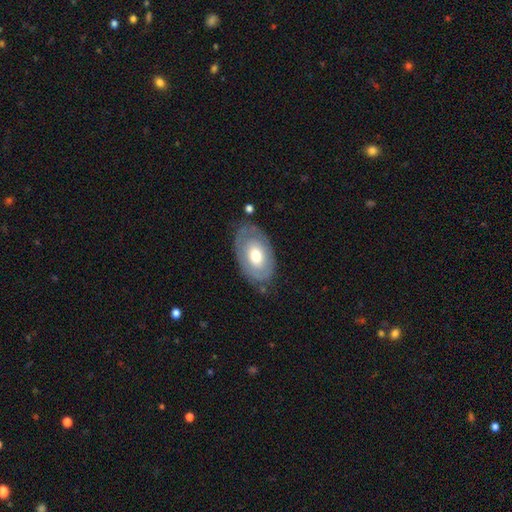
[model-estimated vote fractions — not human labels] Smooth or featured?
  - smooth: 52% *
  - featured or disk: 42%
  - star or artifact: 6%
How rounded?
  - in between: 89% *
  - round: 10%
  - cigar-shaped: 1%
Merging?
  - none: 72% *
  - minor disturbance: 19%
  - major disturbance: 7%
  - merger: 3%